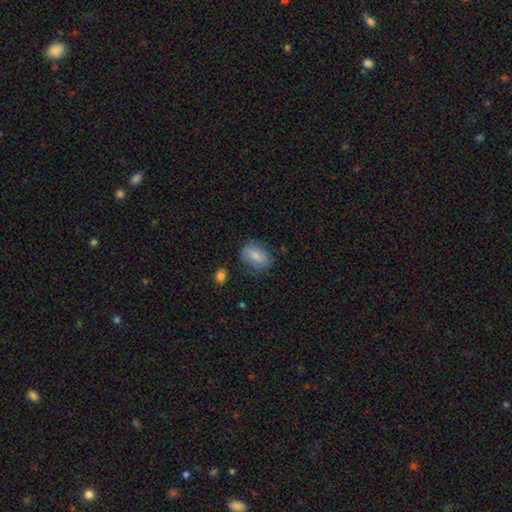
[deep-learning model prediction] A smooth galaxy with no disk features (77%) that is in between round and cigar-shaped (81%).

Vote fractions:
- Smooth or featured? smooth: 77% / featured or disk: 16% / star or artifact: 7%
- How rounded? in between: 81% / round: 17% / cigar-shaped: 2%
- Merging? none: 71% / minor disturbance: 21% / major disturbance: 6% / merger: 2%